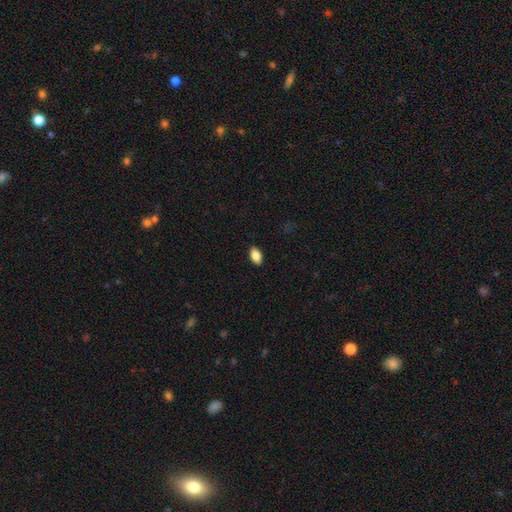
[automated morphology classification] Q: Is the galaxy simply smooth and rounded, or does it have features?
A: smooth — 86%.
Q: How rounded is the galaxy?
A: in between — 92%.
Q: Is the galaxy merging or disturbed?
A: none — 89%.